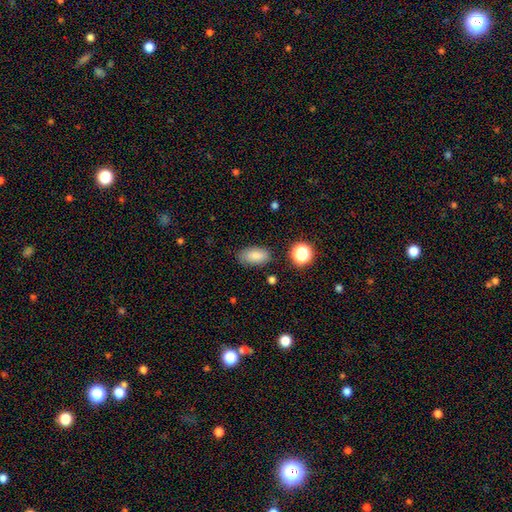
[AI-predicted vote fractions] This is clearly a smooth galaxy (82%). How rounded: clearly in between (91%). Merging: likely none (77%).